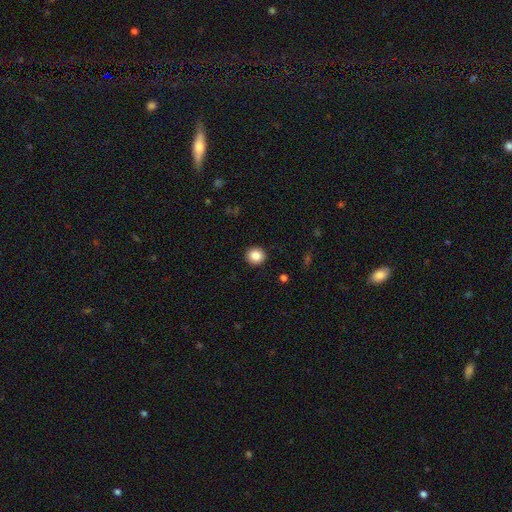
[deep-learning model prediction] The model was most divided on "smooth or featured": smooth: 86%, star or artifact: 9%, featured or disk: 5%. More confident: merging — none (92%); how rounded — round (92%).